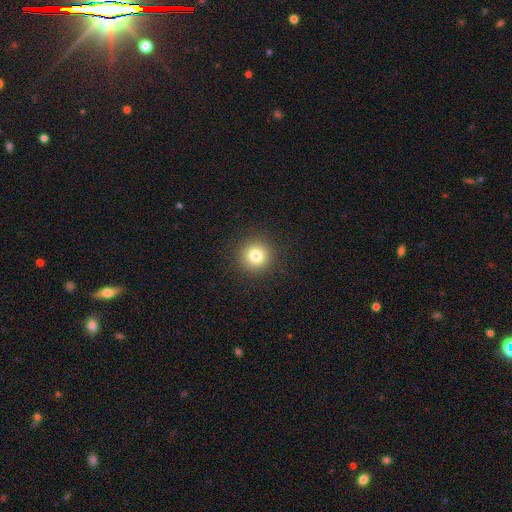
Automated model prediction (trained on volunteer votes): Overall: smooth (80%). How rounded: round (95%). Merging: none (92%).